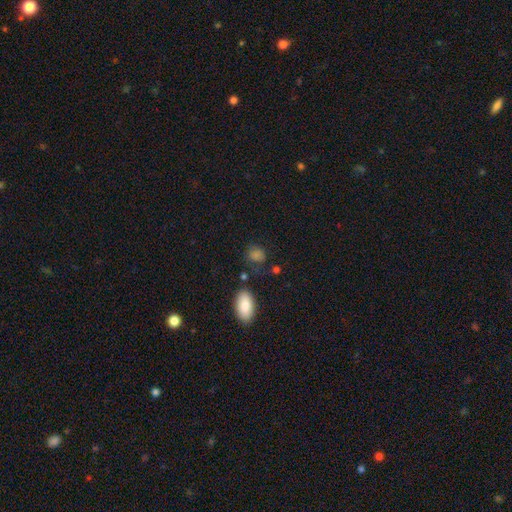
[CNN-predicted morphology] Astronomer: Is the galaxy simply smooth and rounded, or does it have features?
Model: smooth — 81%.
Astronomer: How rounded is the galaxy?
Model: round — 52% (runner-up: in between, 46%).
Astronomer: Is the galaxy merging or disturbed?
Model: none — 69%.